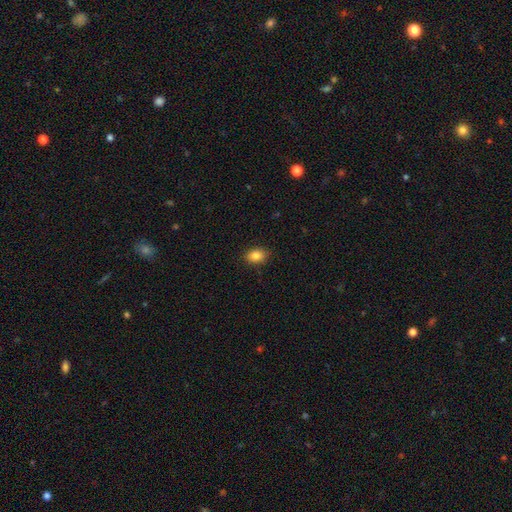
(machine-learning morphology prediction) type=smooth (86%); roundness=in between (76%); merging=none (88%).